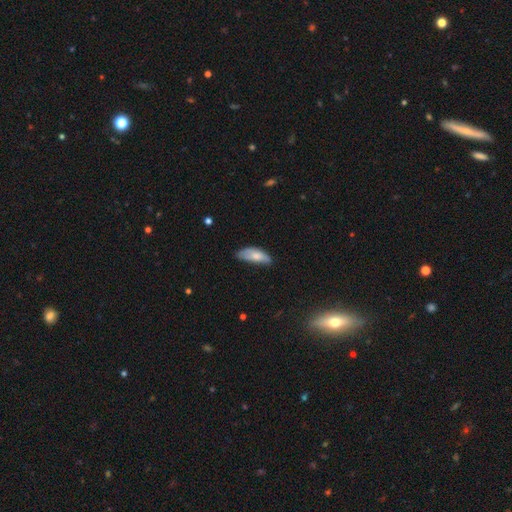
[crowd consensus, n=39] Smooth or featured? 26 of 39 (67%) said smooth. How rounded? 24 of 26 (92%) said in between. Merging? 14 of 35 (40%) said minor disturbance.